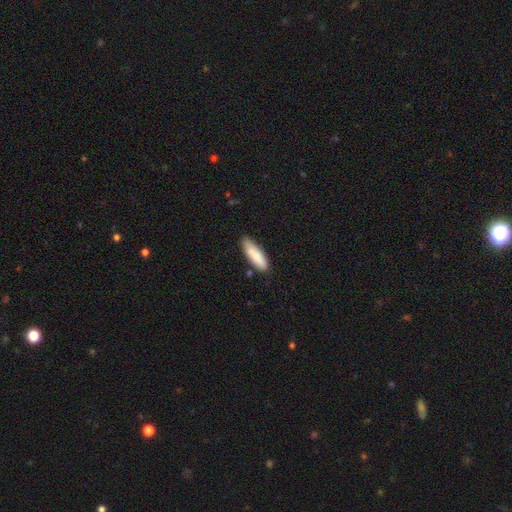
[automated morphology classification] A smooth galaxy with no disk features (85%) that is in between round and cigar-shaped (53%).

Vote fractions:
- Smooth or featured? smooth: 85% / featured or disk: 9% / star or artifact: 6%
- How rounded? in between: 53% / cigar-shaped: 45% / round: 1%
- Merging? none: 75% / minor disturbance: 19% / major disturbance: 3% / merger: 3%